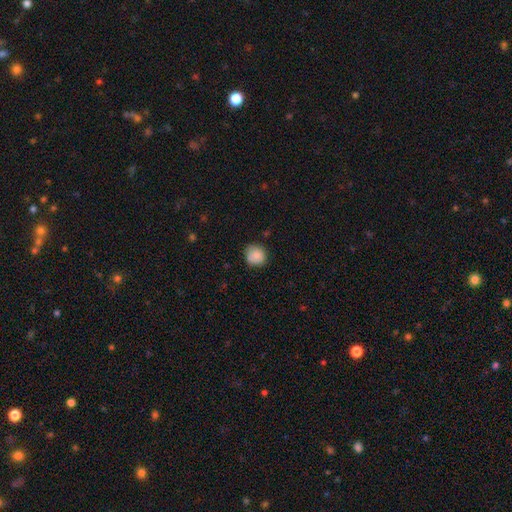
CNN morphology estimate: A smooth galaxy with no disk features (84%) that is round (89%). Merging: none (79%).